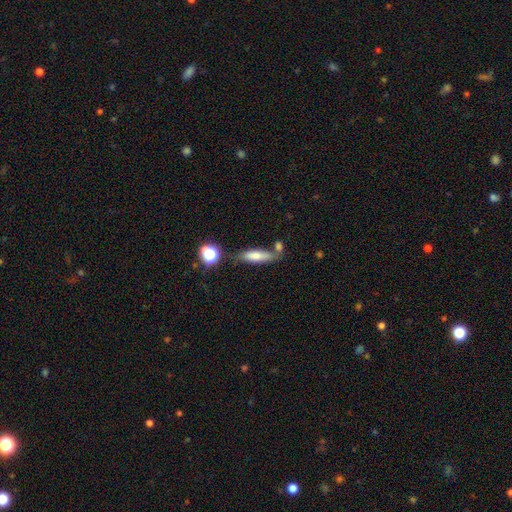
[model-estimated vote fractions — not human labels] The model was most divided on "how rounded": cigar-shaped: 60%, in between: 37%, round: 3%. More confident: smooth or featured — smooth (69%); merging — none (62%).